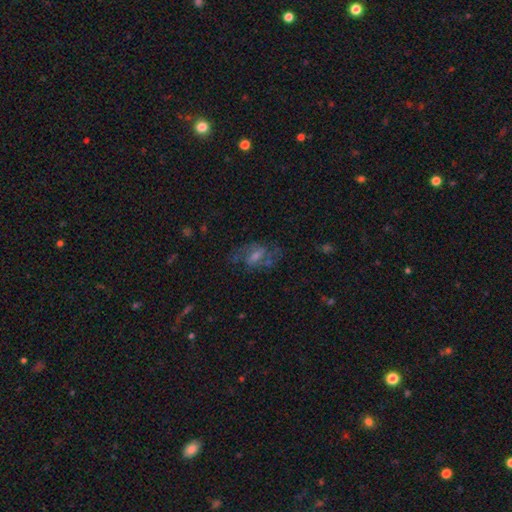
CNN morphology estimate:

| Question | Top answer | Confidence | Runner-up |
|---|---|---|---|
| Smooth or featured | featured or disk | 61% | smooth (23%) |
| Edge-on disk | no | 94% | yes (6%) |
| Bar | weak | 50% | no (29%) |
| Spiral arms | yes | 80% | no (20%) |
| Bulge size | small | 40% | moderate (39%) |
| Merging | none | 64% | minor disturbance (18%) |